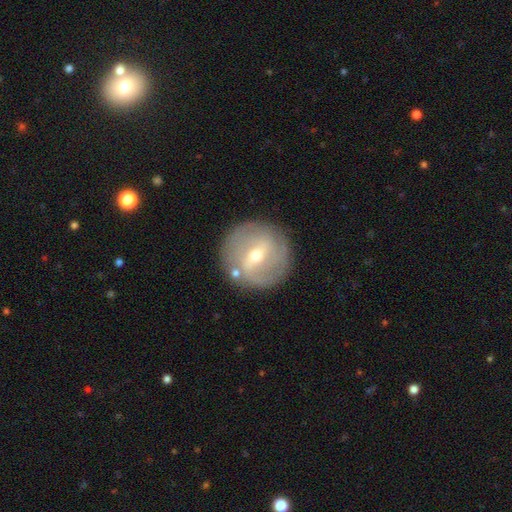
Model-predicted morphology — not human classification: A featured or disk galaxy (70%) with a weak bar (53%), spiral arms (72%) and a moderate central bulge (57%). Merging: none (82%).